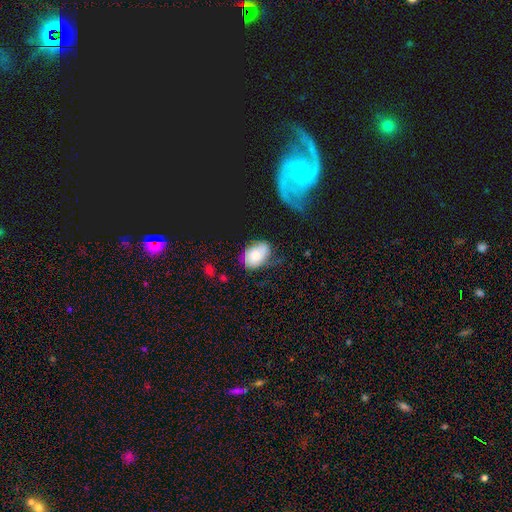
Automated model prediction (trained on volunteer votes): Q: Smooth or featured?
A: smooth (61%); runner-up: featured or disk (30%)
Q: How rounded?
A: in between (82%); runner-up: round (17%)
Q: Merging?
A: none (50%); runner-up: minor disturbance (32%)